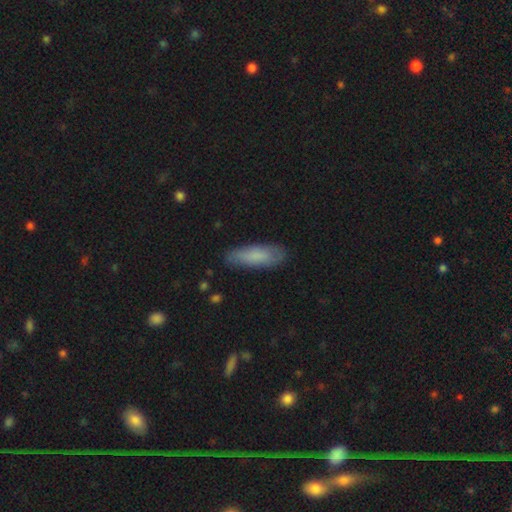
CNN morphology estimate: Overall: smooth (80%). How rounded: in between (51%; cigar-shaped 47%). Merging: none (82%).